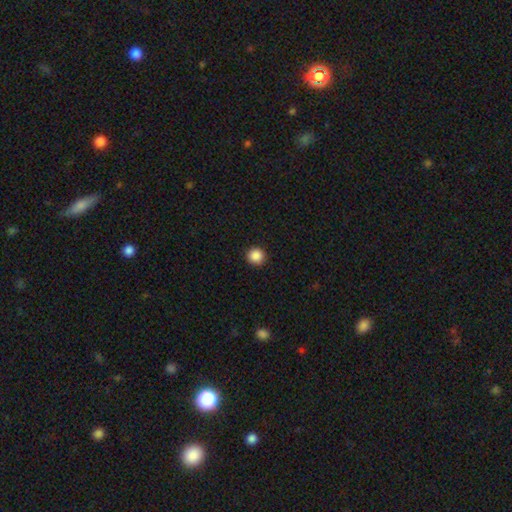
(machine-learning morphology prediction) A smooth galaxy with no disk features (88%) that is round (95%).

Vote fractions:
- Smooth or featured? smooth: 88% / star or artifact: 10% / featured or disk: 2%
- How rounded? round: 95% / in between: 4% / cigar-shaped: 1%
- Merging? none: 93% / minor disturbance: 5% / major disturbance: 2% / merger: 1%